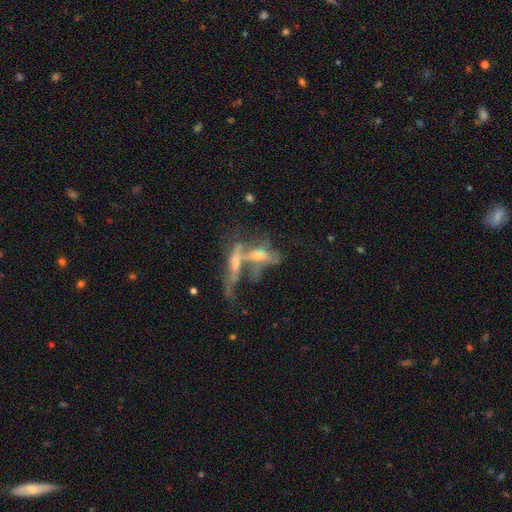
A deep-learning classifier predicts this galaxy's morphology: The model was most divided on "edge-on disk": no: 65%, yes: 35%. More confident: merging — merger (62%); smooth or featured — featured or disk (59%).